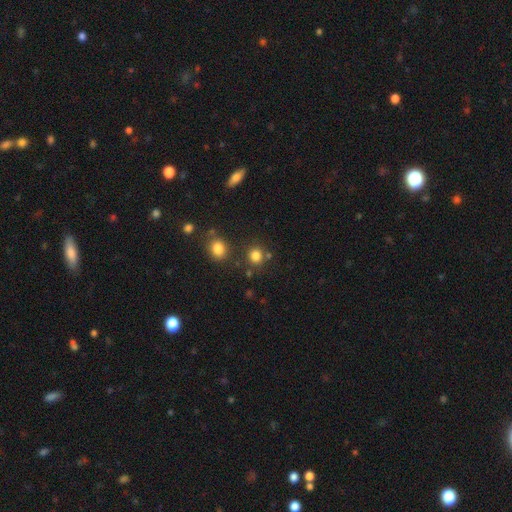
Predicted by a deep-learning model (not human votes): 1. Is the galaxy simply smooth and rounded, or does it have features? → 81% smooth, 14% star or artifact, 5% featured or disk.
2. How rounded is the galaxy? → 85% round, 14% in between, 1% cigar-shaped.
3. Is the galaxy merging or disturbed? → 76% none, 11% merger, 9% minor disturbance, 4% major disturbance.